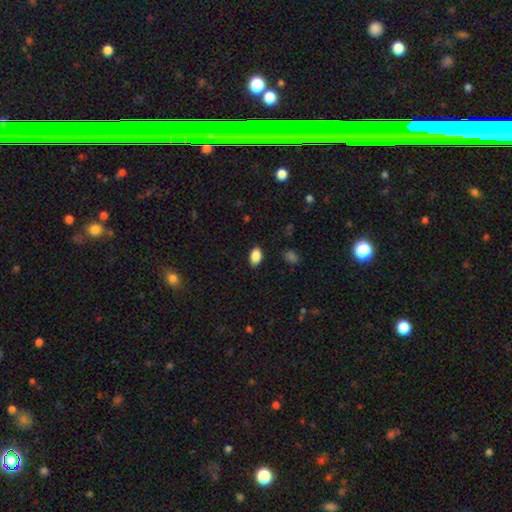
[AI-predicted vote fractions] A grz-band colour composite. It shows a smooth galaxy with no disk features (89%) that is in between round and cigar-shaped (90%). Merging: none (86%).